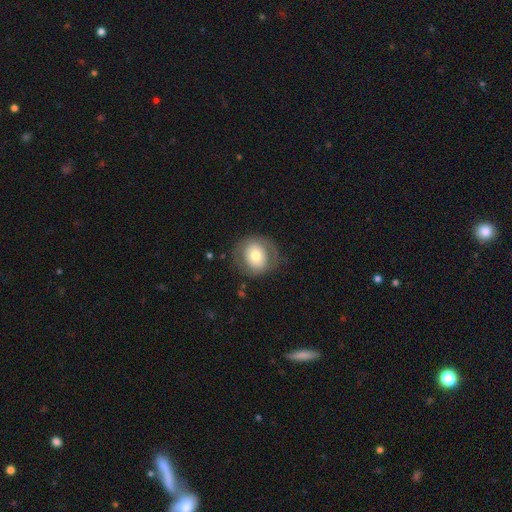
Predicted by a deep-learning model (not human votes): Smooth or featured? smooth (57%)
How rounded? round (84%)
Merging? none (76%)